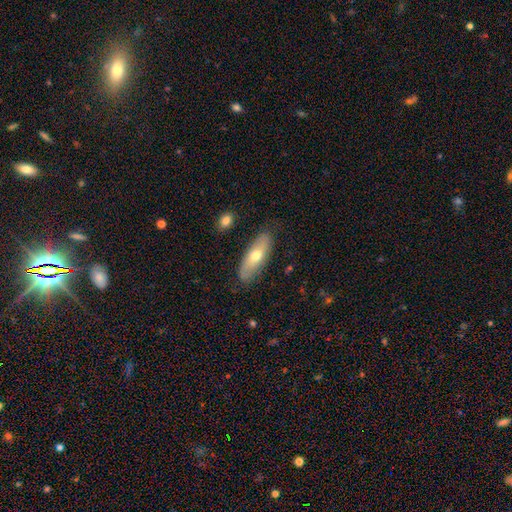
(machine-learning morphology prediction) Q: Smooth or featured?
A: smooth (55%); runner-up: featured or disk (38%)
Q: How rounded?
A: in between (61%); runner-up: cigar-shaped (36%)
Q: Merging?
A: none (81%); runner-up: minor disturbance (15%)